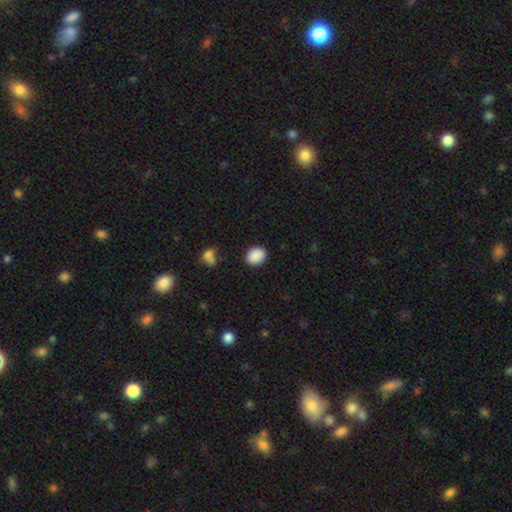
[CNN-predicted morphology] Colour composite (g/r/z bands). It shows a smooth galaxy with no disk features (89%) that is in between round and cigar-shaped (53%). Merging: none (86%).